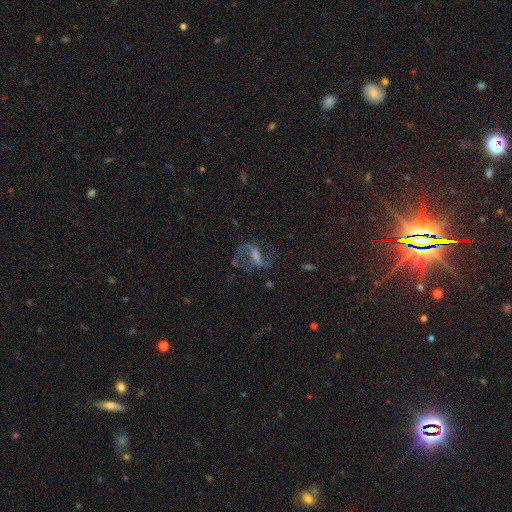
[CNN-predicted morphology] This is likely a featured or disk galaxy (78%). It is clearly not viewed edge-on (95%). Bar: marginally weak (43%). Spiral arm pattern: clearly yes (92%). Spiral arm count: clearly 2 (88%). Spiral winding: possibly loose (57%). Central bulge: marginally small (38%). Merging: likely none (64%).